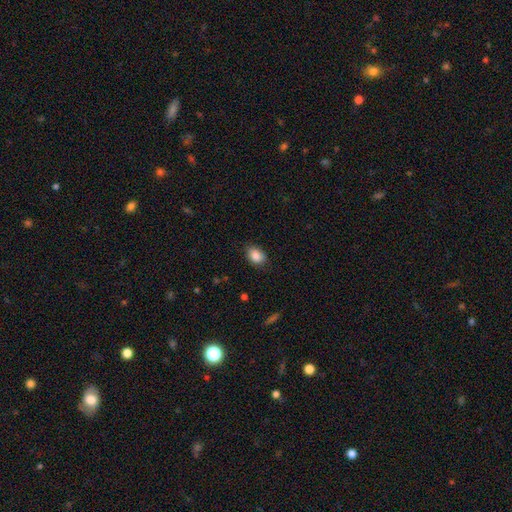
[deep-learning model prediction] Smooth or featured: smooth — 88% (star or artifact — 8%)
How rounded: in between — 77% (round — 22%)
Merging: none — 82% (minor disturbance — 14%)